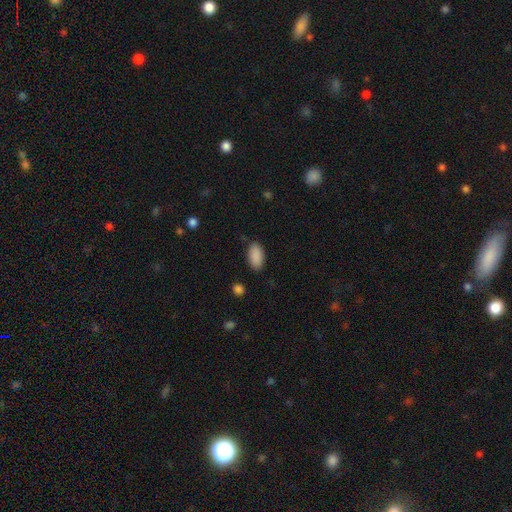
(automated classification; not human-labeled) Morphology: type=smooth (90%); roundness=in between (94%); merging=none (86%).